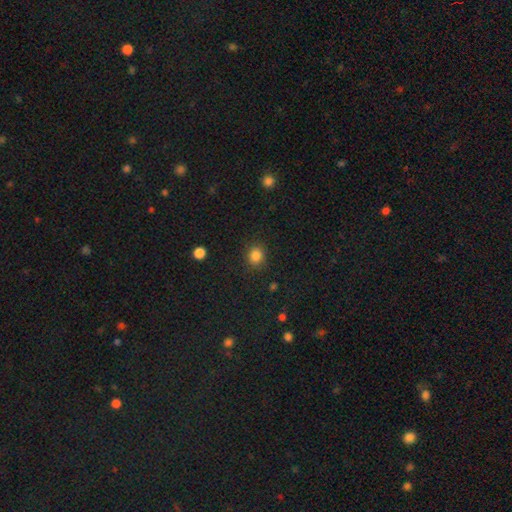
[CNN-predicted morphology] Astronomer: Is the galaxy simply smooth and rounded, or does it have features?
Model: smooth — 85%.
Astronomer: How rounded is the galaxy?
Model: round — 79%.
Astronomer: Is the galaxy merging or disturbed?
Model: none — 87%.